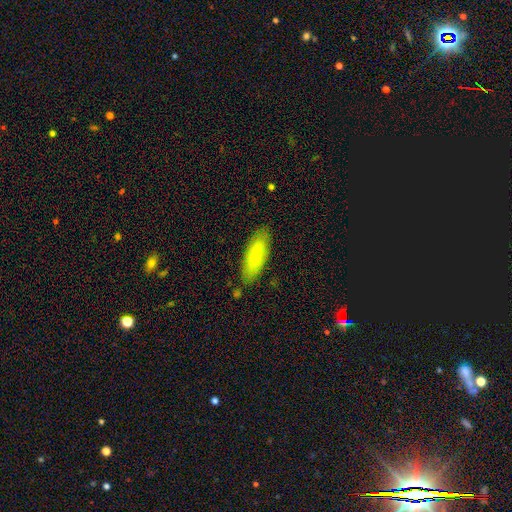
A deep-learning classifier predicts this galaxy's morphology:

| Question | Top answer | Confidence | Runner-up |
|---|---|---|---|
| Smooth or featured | smooth | 83% | featured or disk (11%) |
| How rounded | in between | 57% | cigar-shaped (42%) |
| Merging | none | 83% | minor disturbance (12%) |